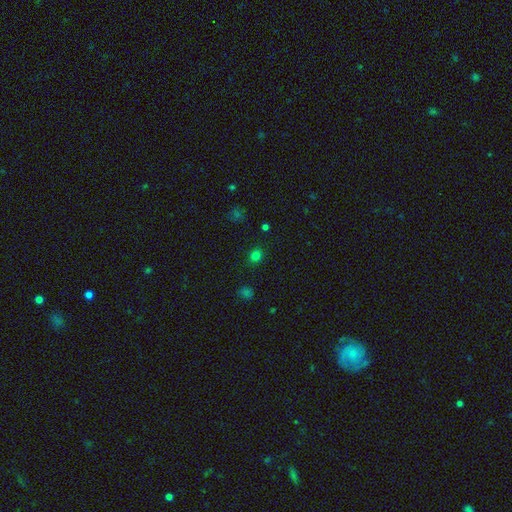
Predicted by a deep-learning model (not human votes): This appears to be a smooth galaxy with no disk features (77%) that is round (77%). Merging: none (88%).